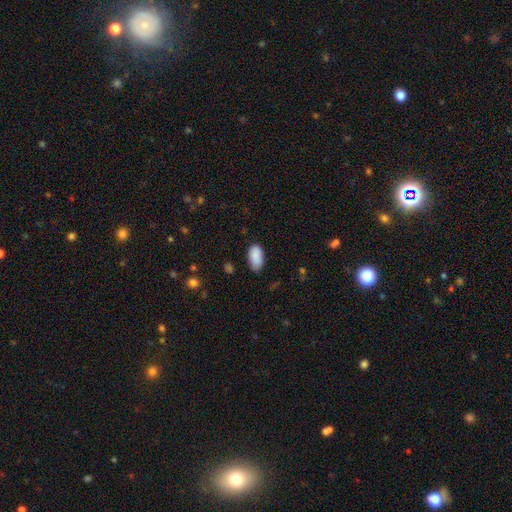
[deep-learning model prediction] A smooth galaxy with no disk features (89%) that is in between round and cigar-shaped (95%). Merging: none (73%).